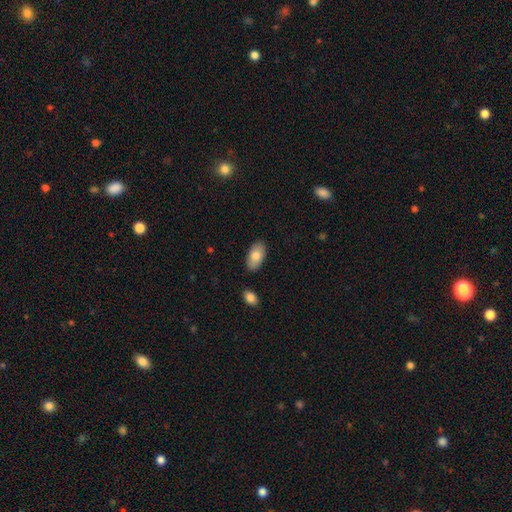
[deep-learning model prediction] A smooth galaxy with no disk features (81%) that is in between round and cigar-shaped (95%).

Vote fractions:
- Smooth or featured? smooth: 81% / featured or disk: 13% / star or artifact: 6%
- How rounded? in between: 95% / round: 3% / cigar-shaped: 2%
- Merging? none: 85% / minor disturbance: 10% / merger: 2% / major disturbance: 2%